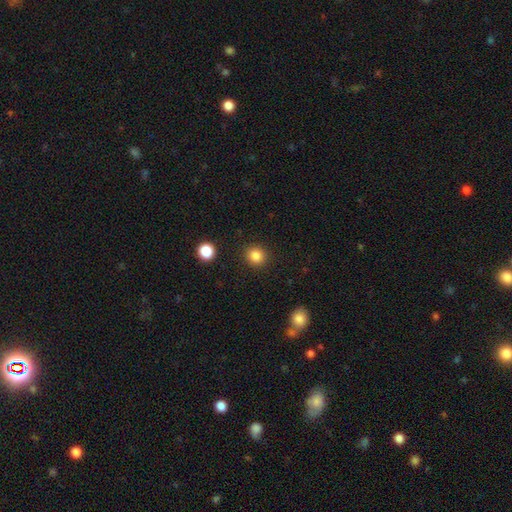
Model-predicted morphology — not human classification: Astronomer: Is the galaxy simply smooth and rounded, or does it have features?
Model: smooth — 85%.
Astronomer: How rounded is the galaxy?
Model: round — 90%.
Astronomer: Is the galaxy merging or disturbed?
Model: none — 90%.